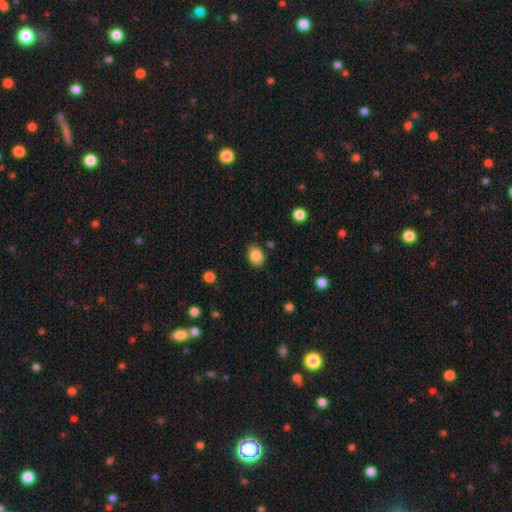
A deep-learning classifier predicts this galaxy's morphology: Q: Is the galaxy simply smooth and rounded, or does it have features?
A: smooth — 85%.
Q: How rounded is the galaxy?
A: in between — 64%.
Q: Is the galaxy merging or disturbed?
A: none — 84%.